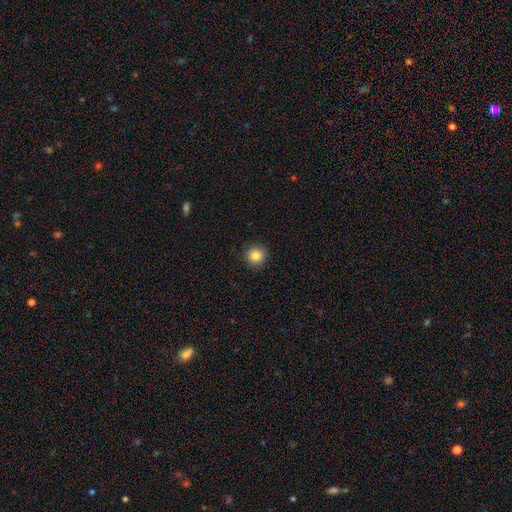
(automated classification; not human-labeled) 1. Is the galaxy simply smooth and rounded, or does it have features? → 85% smooth, 10% star or artifact, 5% featured or disk.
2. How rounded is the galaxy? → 94% round, 5% in between, 1% cigar-shaped.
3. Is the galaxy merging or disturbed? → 90% none, 7% minor disturbance, 2% major disturbance, 1% merger.